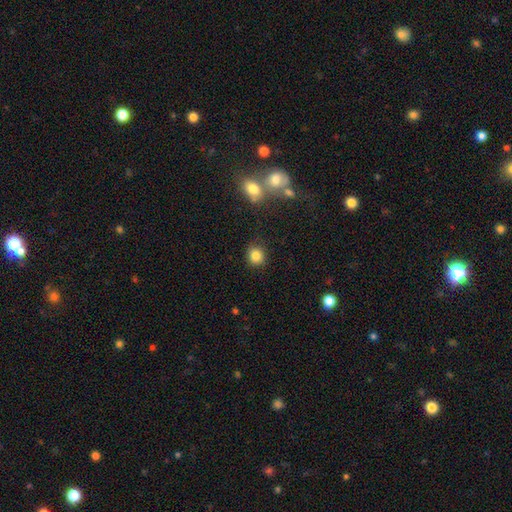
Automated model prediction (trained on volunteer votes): This appears to be a smooth galaxy with no disk features (84%) that is round (83%). Merging: none (84%).